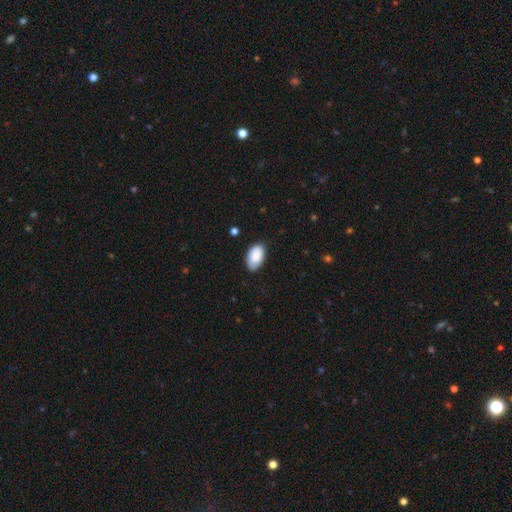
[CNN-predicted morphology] Q: Smooth or featured?
A: smooth (87%); runner-up: featured or disk (7%)
Q: How rounded?
A: in between (94%); runner-up: round (5%)
Q: Merging?
A: none (79%); runner-up: minor disturbance (17%)